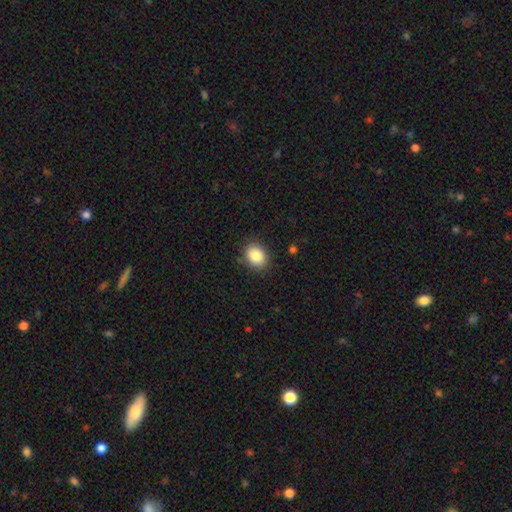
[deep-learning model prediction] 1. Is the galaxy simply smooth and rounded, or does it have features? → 86% smooth, 9% star or artifact, 5% featured or disk.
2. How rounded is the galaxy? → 58% in between, 41% round, 1% cigar-shaped.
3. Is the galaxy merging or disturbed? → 86% none, 11% minor disturbance, 3% major disturbance, 1% merger.